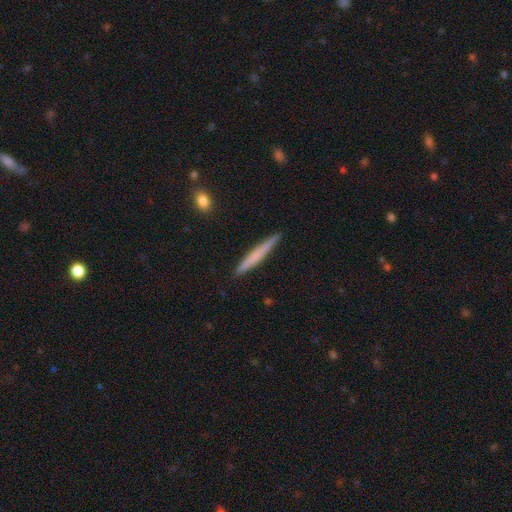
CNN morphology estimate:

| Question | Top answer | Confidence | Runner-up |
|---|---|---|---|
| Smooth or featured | smooth | 58% | featured or disk (36%) |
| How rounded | cigar-shaped | 96% | in between (2%) |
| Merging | none | 90% | minor disturbance (7%) |